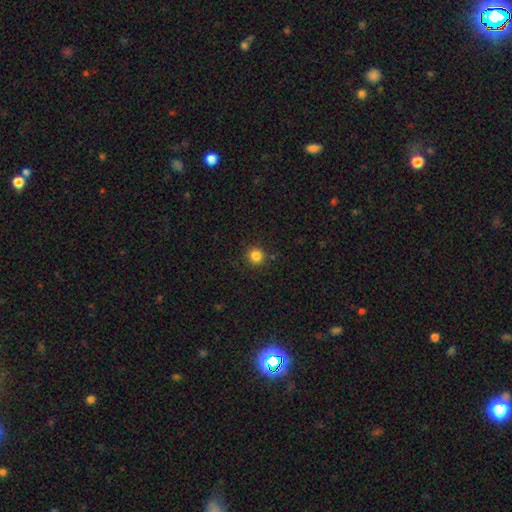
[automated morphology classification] Smooth or featured?
  - smooth: 84% *
  - star or artifact: 12%
  - featured or disk: 4%
How rounded?
  - round: 93% *
  - in between: 6%
  - cigar-shaped: 1%
Merging?
  - none: 89% *
  - minor disturbance: 7%
  - major disturbance: 2%
  - merger: 2%